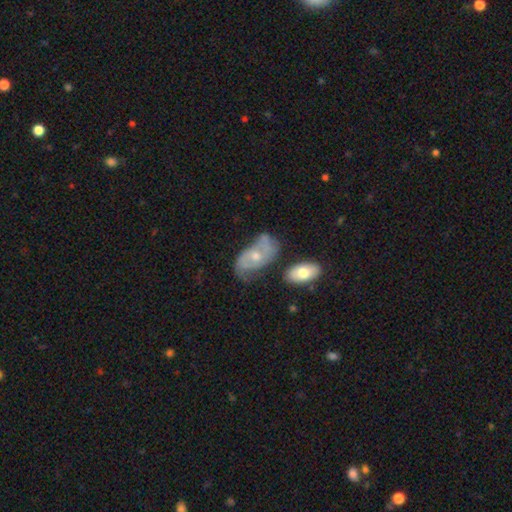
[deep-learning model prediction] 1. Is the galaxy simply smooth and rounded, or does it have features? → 67% featured or disk, 26% smooth, 7% star or artifact.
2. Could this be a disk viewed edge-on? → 94% no, 6% yes.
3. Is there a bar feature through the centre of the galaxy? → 69% no, 26% weak, 5% strong.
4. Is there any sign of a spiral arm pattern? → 80% yes, 20% no.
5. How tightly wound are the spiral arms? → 41% medium, 30% loose, 28% tight.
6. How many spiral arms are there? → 69% 2, 20% can't tell, 4% 1, 4% 3, 1% 4, 1% more than 4.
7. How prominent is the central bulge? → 54% moderate, 41% small, 2% large, 2% none, 1% dominant.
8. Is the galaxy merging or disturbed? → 44% none, 28% minor disturbance, 16% major disturbance, 12% merger.